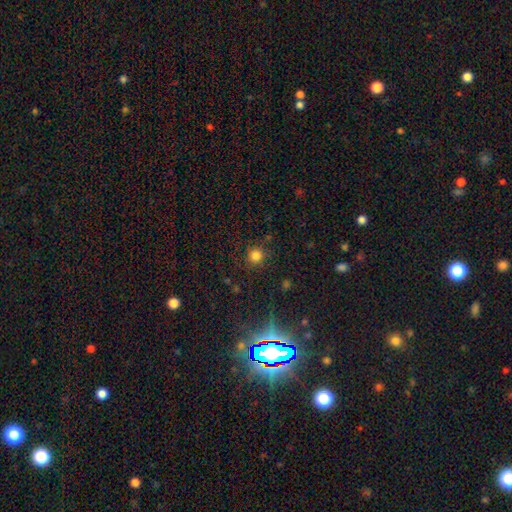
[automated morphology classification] This appears to be a smooth galaxy with no disk features (79%) that is round (95%). Merging: none (87%).